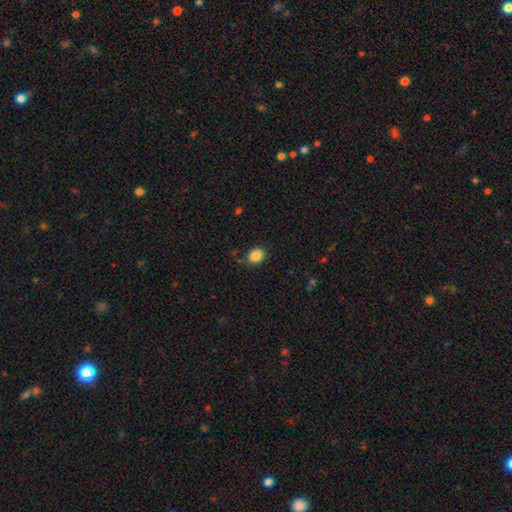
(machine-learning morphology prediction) Overall: smooth (86%). How rounded: round (60%; in between 39%). Merging: none (85%).